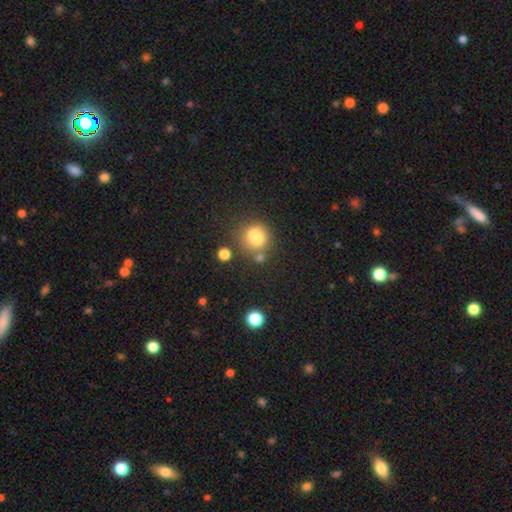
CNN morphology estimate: Smooth or featured? smooth (70%)
How rounded? round (79%)
Merging? none (70%)